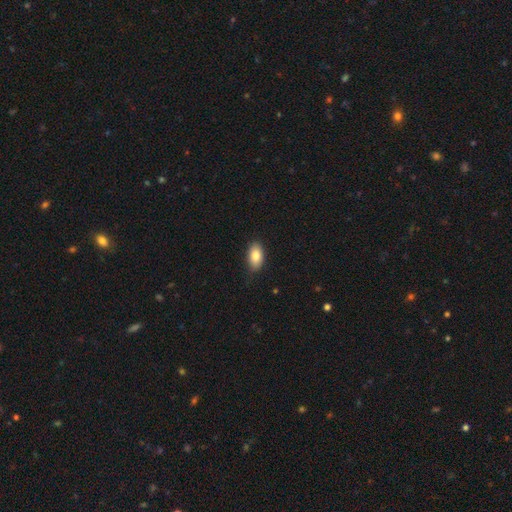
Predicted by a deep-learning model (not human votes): Smooth or featured? smooth (84%)
How rounded? in between (92%)
Merging? none (84%)